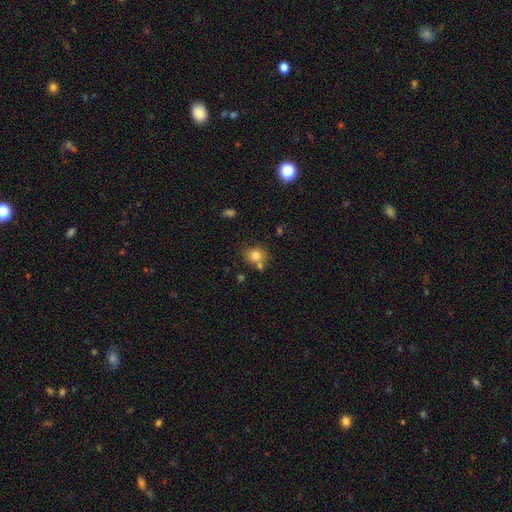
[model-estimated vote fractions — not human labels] Smooth or featured?
  - smooth: 80% *
  - star or artifact: 11%
  - featured or disk: 9%
How rounded?
  - round: 75% *
  - in between: 24%
  - cigar-shaped: 1%
Merging?
  - none: 63% *
  - merger: 21%
  - minor disturbance: 13%
  - major disturbance: 4%